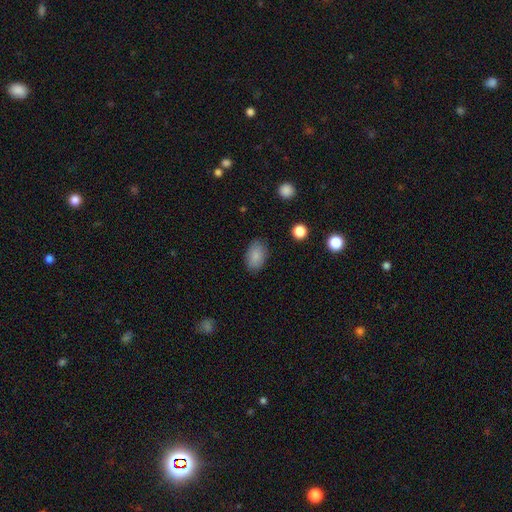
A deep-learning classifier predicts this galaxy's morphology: smooth_or_featured: smooth (p=0.86) [alt: star or artifact p=0.08]
how_rounded: in between (p=0.89) [alt: round p=0.09]
merging: none (p=0.84) [alt: minor disturbance p=0.12]